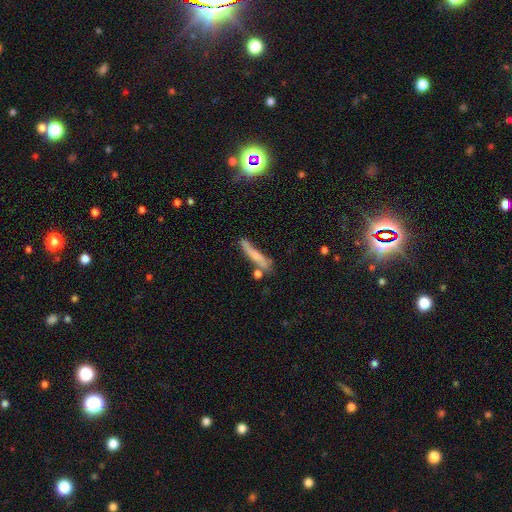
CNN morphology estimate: This is possibly a smooth galaxy (58%). How rounded: clearly cigar-shaped (89%). Merging: possibly none (55%).